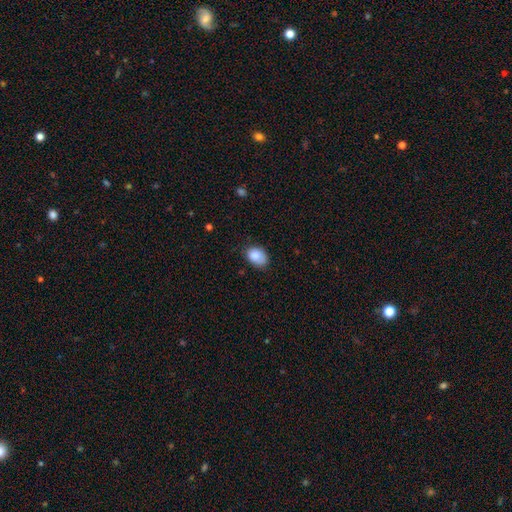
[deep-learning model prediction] Overall: smooth (87%). How rounded: in between (81%). Merging: none (69%).